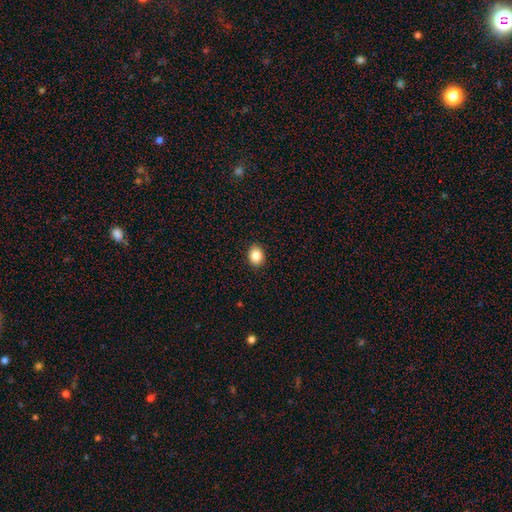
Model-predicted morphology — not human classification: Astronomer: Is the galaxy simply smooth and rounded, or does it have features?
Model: smooth — 87%.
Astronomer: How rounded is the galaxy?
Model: in between — 51% (runner-up: round, 48%).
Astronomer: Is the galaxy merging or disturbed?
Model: none — 91%.